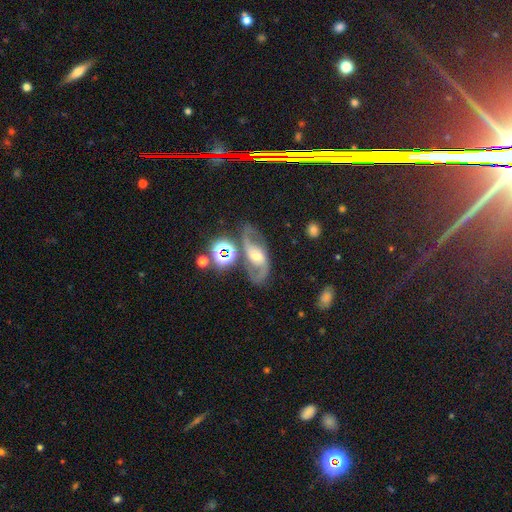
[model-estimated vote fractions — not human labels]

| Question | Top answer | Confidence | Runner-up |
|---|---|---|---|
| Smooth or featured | featured or disk | 78% | star or artifact (11%) |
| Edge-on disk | no | 95% | yes (5%) |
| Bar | weak | 39% | no (36%) |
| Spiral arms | yes | 93% | no (7%) |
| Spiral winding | medium | 47% | loose (41%) |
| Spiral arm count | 2 | 90% | can't tell (4%) |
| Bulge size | moderate | 58% | small (27%) |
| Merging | none | 64% | minor disturbance (16%) |